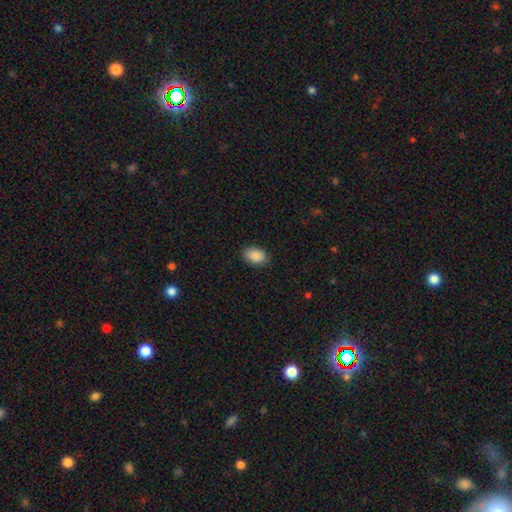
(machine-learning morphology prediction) smooth_or_featured: smooth (p=0.90) [alt: star or artifact p=0.07]
how_rounded: in between (p=0.88) [alt: round p=0.11]
merging: none (p=0.87) [alt: minor disturbance p=0.10]